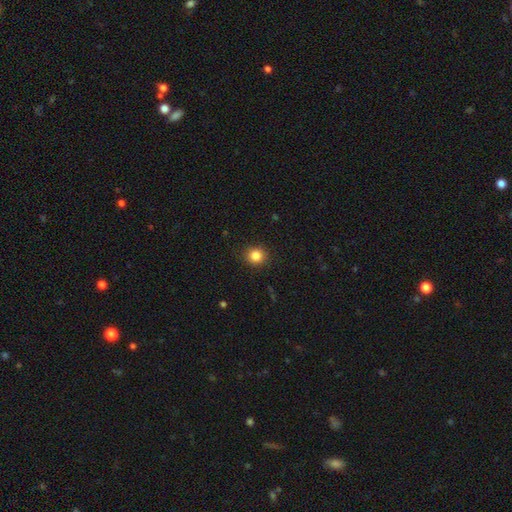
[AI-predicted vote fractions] smooth_or_featured: smooth (p=0.85) [alt: star or artifact p=0.11]
how_rounded: round (p=0.89) [alt: in between p=0.10]
merging: none (p=0.91) [alt: minor disturbance p=0.06]